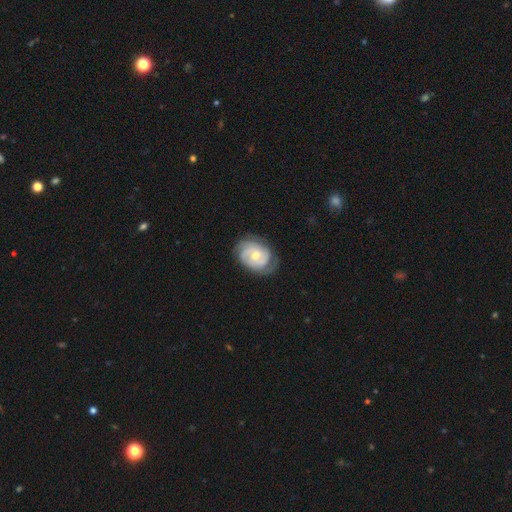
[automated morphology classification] Q: Smooth or featured?
A: featured or disk (77%); runner-up: smooth (18%)
Q: Edge-on disk?
A: no (97%); runner-up: yes (3%)
Q: Bar?
A: no (67%); runner-up: weak (28%)
Q: Spiral arms?
A: yes (92%); runner-up: no (8%)
Q: Spiral winding?
A: tight (59%); runner-up: medium (32%)
Q: Spiral arm count?
A: 2 (44%); runner-up: can't tell (24%)
Q: Bulge size?
A: moderate (64%); runner-up: small (31%)
Q: Merging?
A: none (71%); runner-up: minor disturbance (21%)